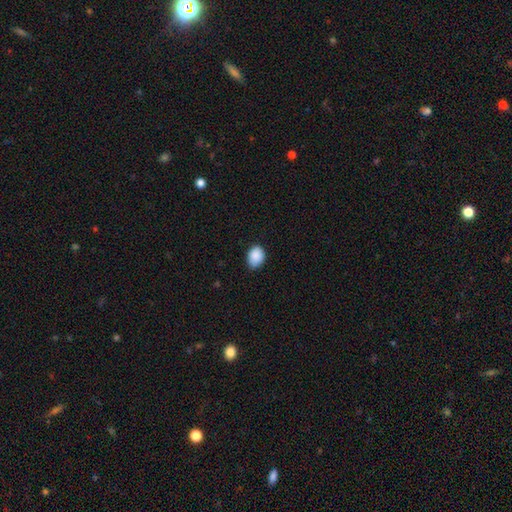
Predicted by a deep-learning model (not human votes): Q: Smooth or featured?
A: smooth (90%); runner-up: star or artifact (8%)
Q: How rounded?
A: in between (67%); runner-up: round (32%)
Q: Merging?
A: none (75%); runner-up: minor disturbance (21%)